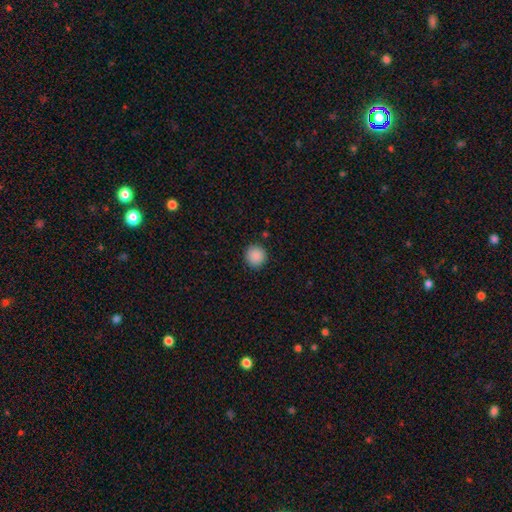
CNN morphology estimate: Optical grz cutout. It shows a smooth galaxy with no disk features (89%) that is round (94%). Merging: none (91%).